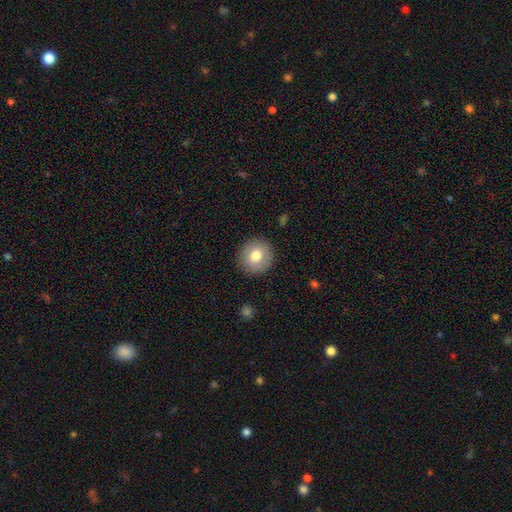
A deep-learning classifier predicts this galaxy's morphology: Smooth or featured? Predicted: smooth (p=0.78). How rounded? Predicted: round (p=0.93). Merging? Predicted: none (p=0.90).